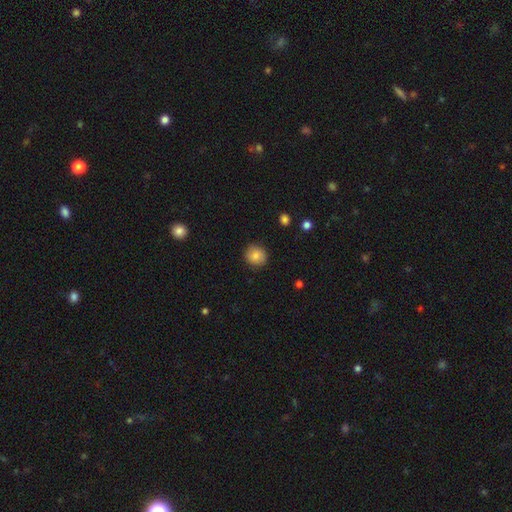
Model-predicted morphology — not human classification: This is clearly a smooth galaxy (84%). How rounded: clearly round (85%). Merging: clearly none (88%).